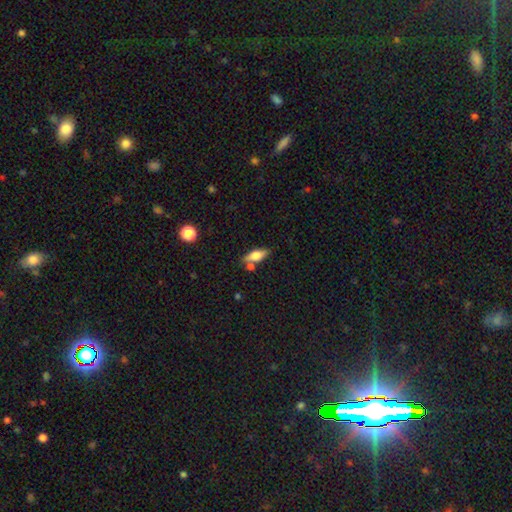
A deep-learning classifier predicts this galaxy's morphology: This appears to be a smooth galaxy with no disk features (62%) that is in between round and cigar-shaped (68%). Merging: none (68%).